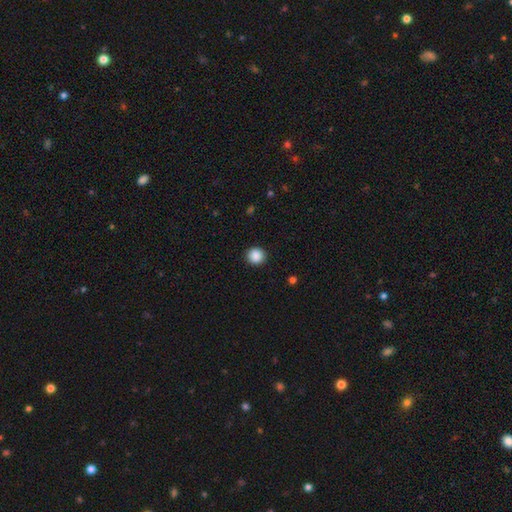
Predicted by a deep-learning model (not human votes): Smooth or featured?
  - smooth: 88% *
  - star or artifact: 9%
  - featured or disk: 3%
How rounded?
  - round: 92% *
  - in between: 7%
  - cigar-shaped: 1%
Merging?
  - none: 92% *
  - minor disturbance: 5%
  - major disturbance: 2%
  - merger: 1%